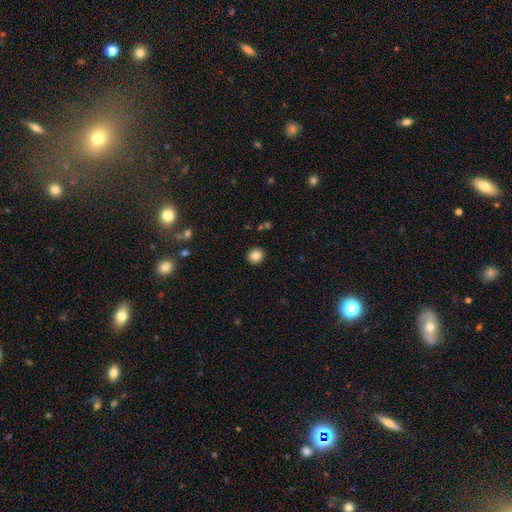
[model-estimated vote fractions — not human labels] Smooth or featured?
  - smooth: 84% *
  - star or artifact: 10%
  - featured or disk: 6%
How rounded?
  - round: 77% *
  - in between: 22%
  - cigar-shaped: 1%
Merging?
  - none: 91% *
  - minor disturbance: 6%
  - major disturbance: 2%
  - merger: 1%